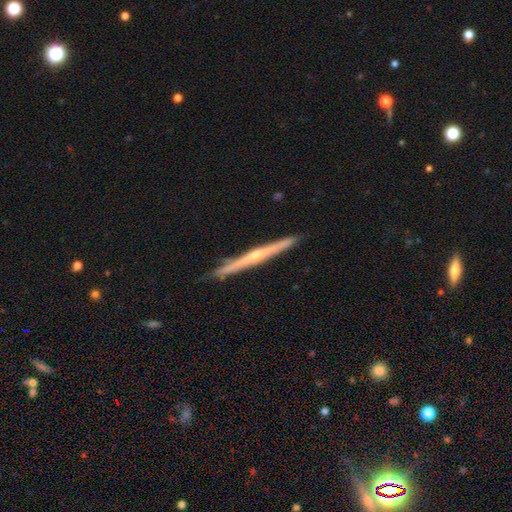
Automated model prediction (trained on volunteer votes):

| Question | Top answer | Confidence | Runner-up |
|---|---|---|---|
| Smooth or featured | featured or disk | 72% | smooth (22%) |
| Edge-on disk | yes | 98% | no (2%) |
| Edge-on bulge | rounded | 63% | none (33%) |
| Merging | none | 90% | minor disturbance (7%) |